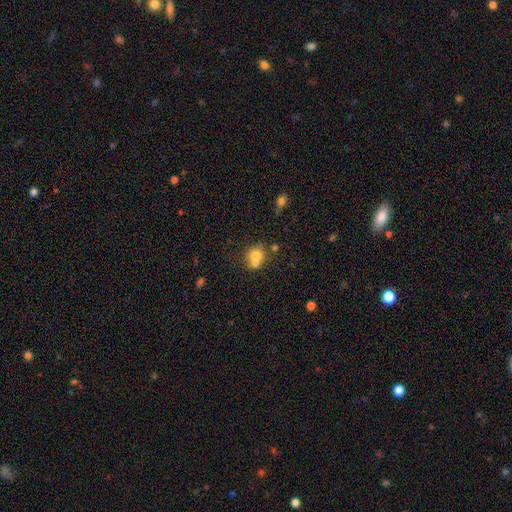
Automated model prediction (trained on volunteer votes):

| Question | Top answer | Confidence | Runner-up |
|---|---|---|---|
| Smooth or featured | smooth | 70% | featured or disk (17%) |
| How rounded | round | 77% | in between (22%) |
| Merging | merger | 47% | none (41%) |